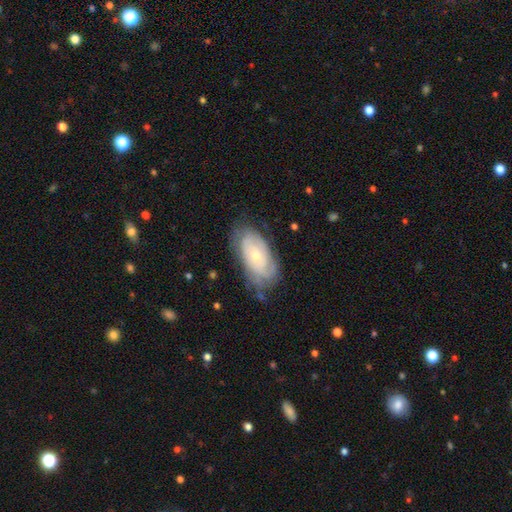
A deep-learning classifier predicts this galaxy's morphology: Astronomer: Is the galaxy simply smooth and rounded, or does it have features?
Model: featured or disk — 68%.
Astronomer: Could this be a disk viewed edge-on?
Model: no — 93%.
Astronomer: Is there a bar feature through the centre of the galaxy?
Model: no — 79%.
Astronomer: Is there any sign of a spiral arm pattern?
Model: yes — 84%.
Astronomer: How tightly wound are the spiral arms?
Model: tight — 71%.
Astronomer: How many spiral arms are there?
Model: can't tell — 56%.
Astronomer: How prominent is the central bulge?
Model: small — 61%.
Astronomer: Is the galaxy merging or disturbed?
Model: none — 68%.